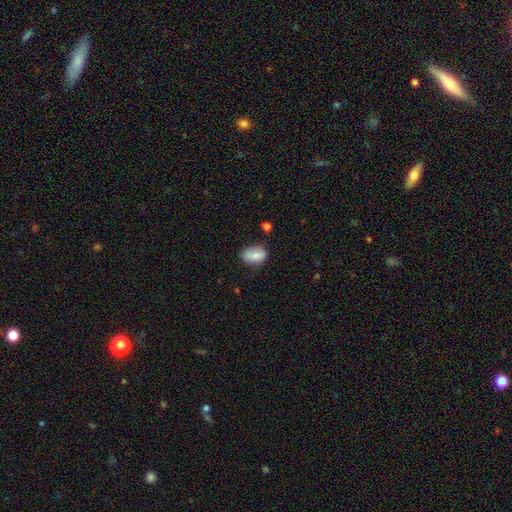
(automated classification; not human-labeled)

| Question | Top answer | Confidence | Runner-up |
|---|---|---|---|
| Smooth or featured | smooth | 76% | featured or disk (17%) |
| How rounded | in between | 84% | round (15%) |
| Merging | none | 64% | minor disturbance (28%) |